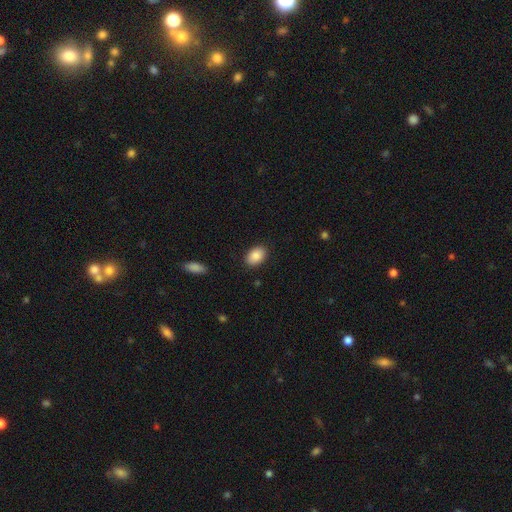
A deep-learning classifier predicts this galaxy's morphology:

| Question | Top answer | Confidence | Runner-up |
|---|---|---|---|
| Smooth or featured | smooth | 88% | star or artifact (7%) |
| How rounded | in between | 85% | round (14%) |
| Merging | none | 88% | minor disturbance (9%) |